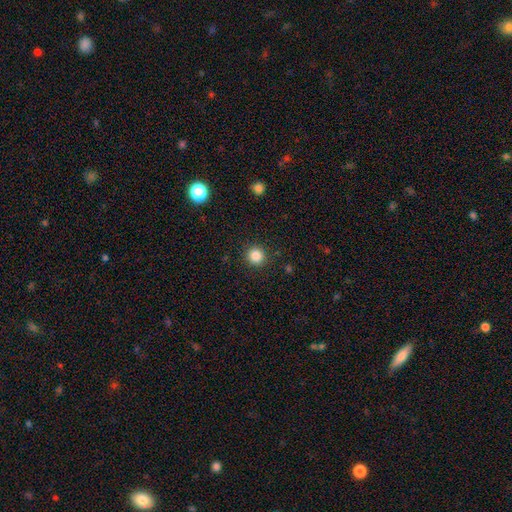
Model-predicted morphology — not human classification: Smooth or featured: smooth — 85% (star or artifact — 11%)
How rounded: round — 94% (in between — 6%)
Merging: none — 92% (minor disturbance — 5%)